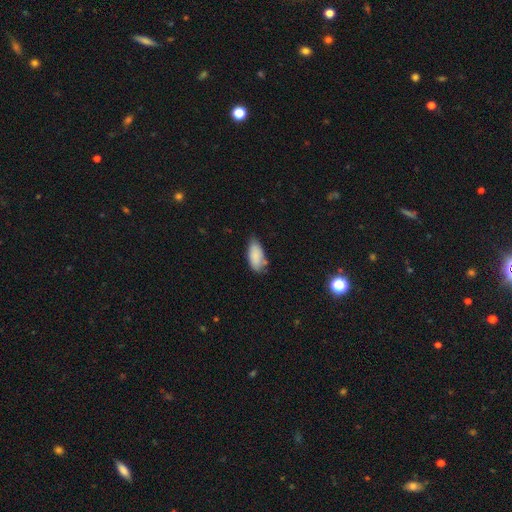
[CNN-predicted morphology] type=smooth (86%); roundness=in between (90%); merging=none (60%).